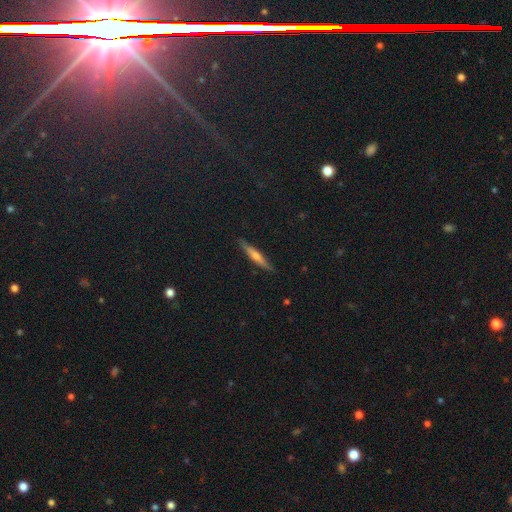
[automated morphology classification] type=featured or disk (54%); edge-on=yes (95%); edge-on bulge=rounded (70%); merging=none (89%).